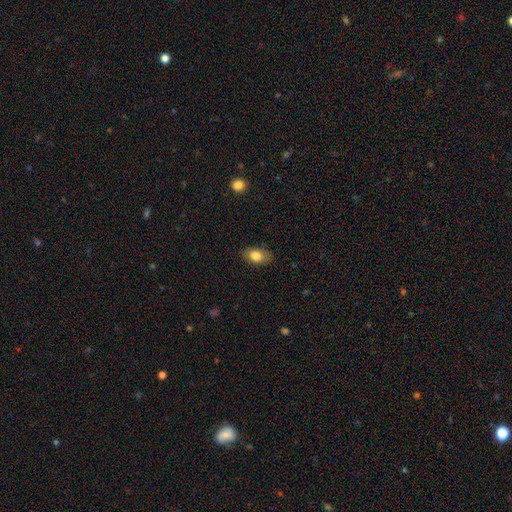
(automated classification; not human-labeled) Morphology: type=smooth (81%); roundness=in between (85%); merging=none (81%).